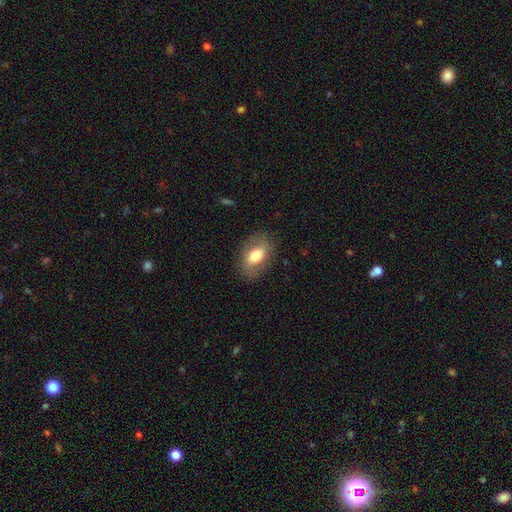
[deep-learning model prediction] Overall: smooth (69%). How rounded: in between (87%). Merging: none (81%).